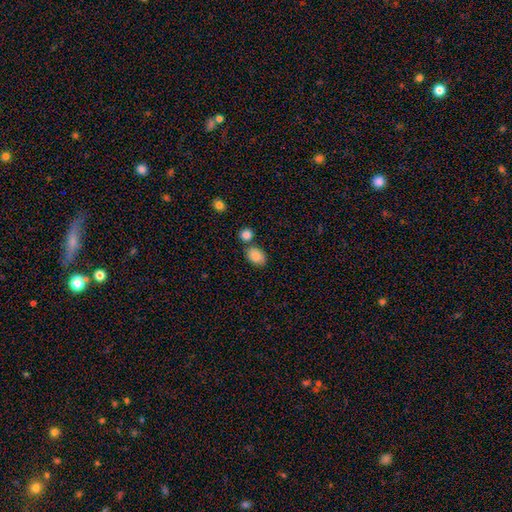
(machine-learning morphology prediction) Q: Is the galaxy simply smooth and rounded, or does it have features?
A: smooth — 86%.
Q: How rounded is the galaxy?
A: in between — 82%.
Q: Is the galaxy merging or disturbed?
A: none — 66%.